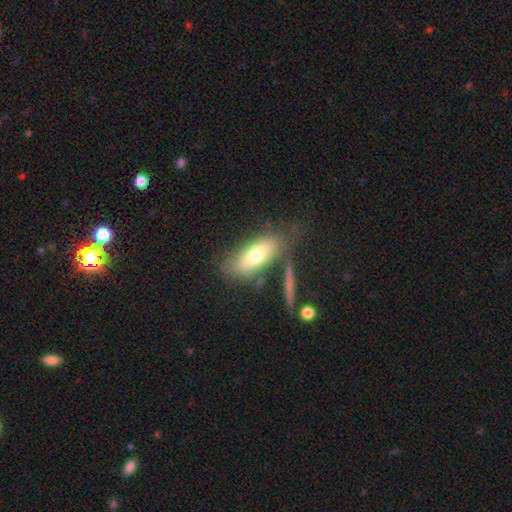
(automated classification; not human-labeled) The model was most divided on "smooth or featured": smooth: 67%, featured or disk: 25%, star or artifact: 8%. More confident: how rounded — in between (78%); merging — none (62%).